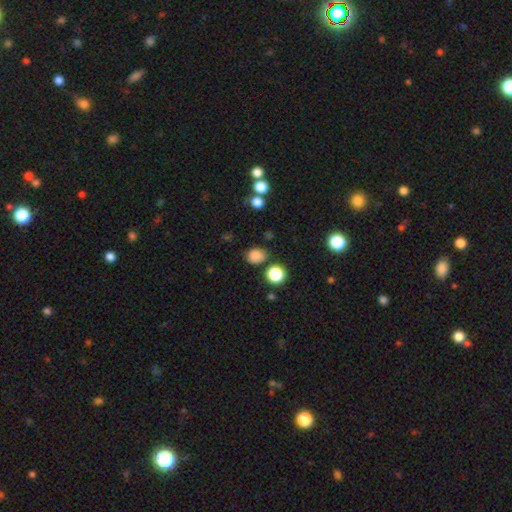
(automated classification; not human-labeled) Smooth or featured?
  - smooth: 81% *
  - star or artifact: 16%
  - featured or disk: 4%
How rounded?
  - round: 64% *
  - in between: 35%
  - cigar-shaped: 1%
Merging?
  - none: 77% *
  - minor disturbance: 14%
  - merger: 5%
  - major disturbance: 4%